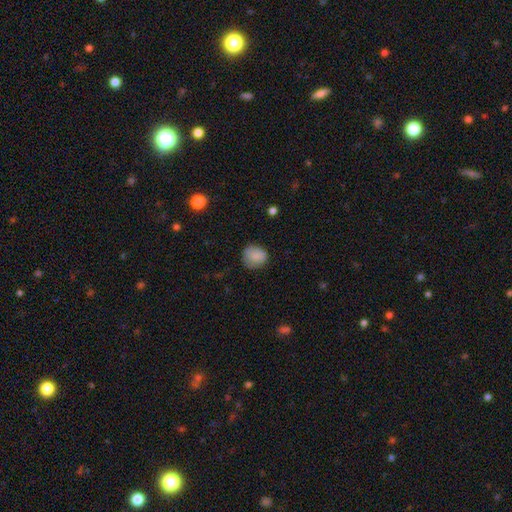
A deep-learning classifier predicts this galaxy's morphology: Smooth or featured: smooth — 86% (star or artifact — 8%)
How rounded: round — 79% (in between — 21%)
Merging: none — 74% (minor disturbance — 20%)